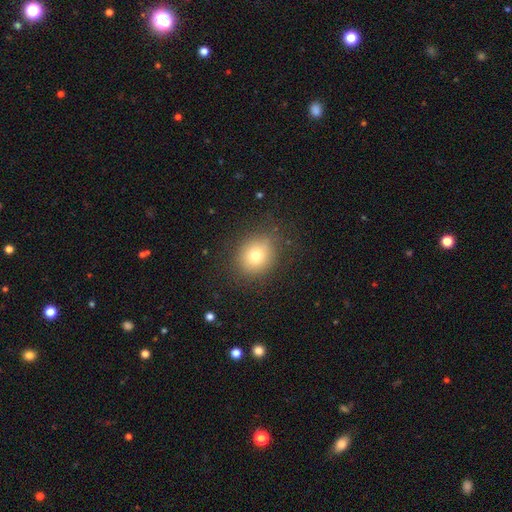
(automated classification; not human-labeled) Overall: smooth (75%). How rounded: round (74%). Merging: none (82%).